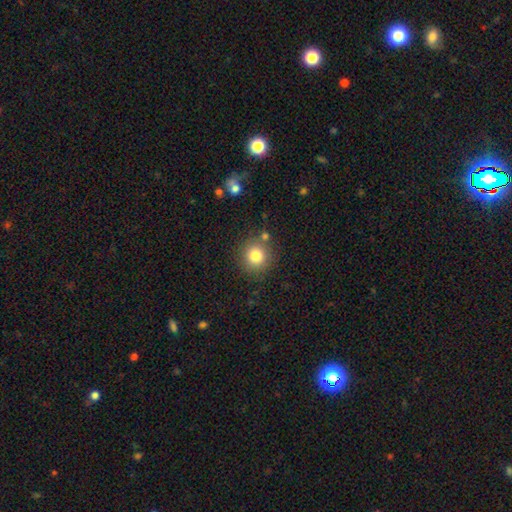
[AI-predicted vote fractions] Q: Smooth or featured?
A: smooth (81%); runner-up: star or artifact (12%)
Q: How rounded?
A: round (91%); runner-up: in between (8%)
Q: Merging?
A: none (82%); runner-up: minor disturbance (9%)